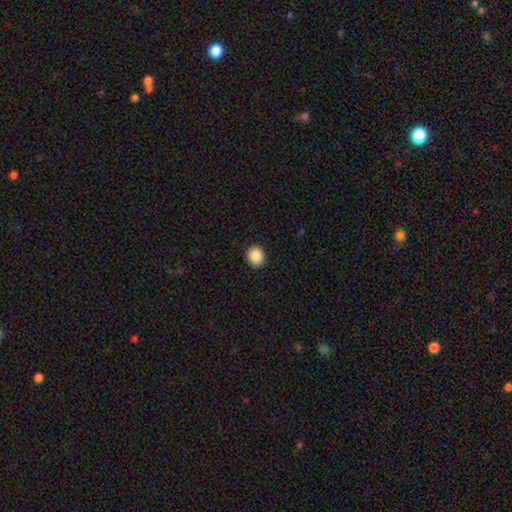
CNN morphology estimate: Overall: smooth (89%). How rounded: round (74%). Merging: none (92%).